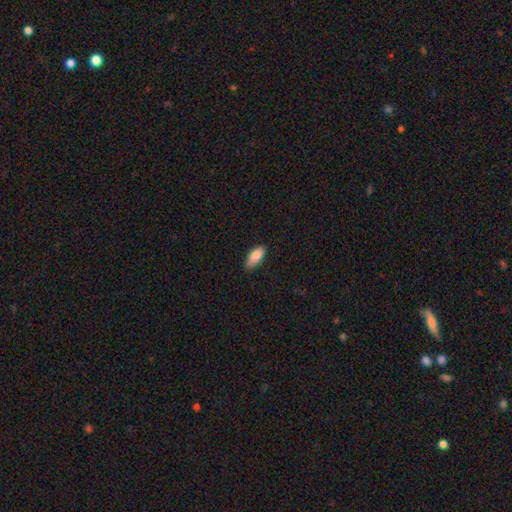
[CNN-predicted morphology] Smooth or featured?
  - smooth: 85% *
  - featured or disk: 9%
  - star or artifact: 6%
How rounded?
  - in between: 81% *
  - cigar-shaped: 17%
  - round: 2%
Merging?
  - none: 84% *
  - minor disturbance: 13%
  - major disturbance: 2%
  - merger: 1%